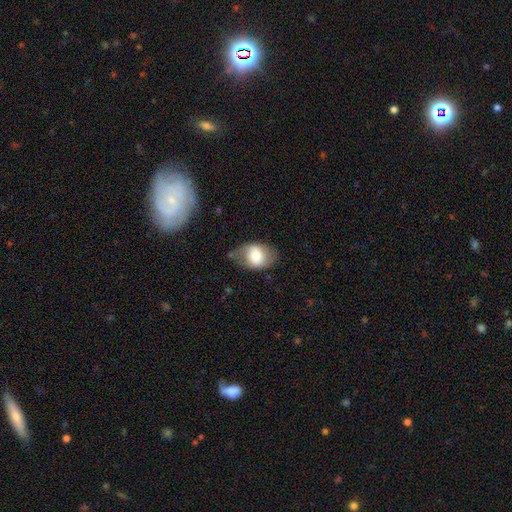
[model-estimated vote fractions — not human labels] smooth_or_featured: smooth (p=0.68) [alt: featured or disk p=0.24]
how_rounded: in between (p=0.73) [alt: round p=0.26]
merging: none (p=0.59) [alt: minor disturbance p=0.27]